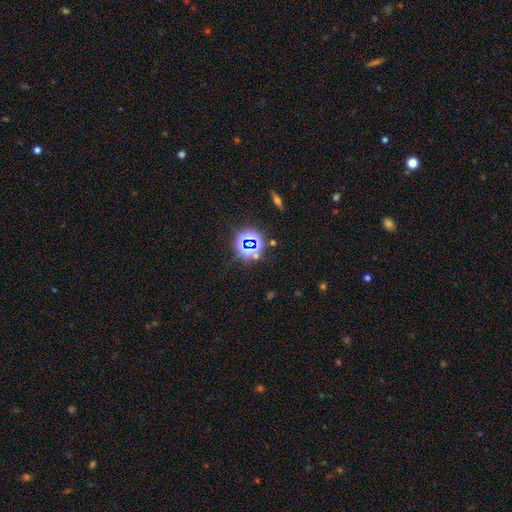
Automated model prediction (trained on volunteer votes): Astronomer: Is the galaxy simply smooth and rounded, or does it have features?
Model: star or artifact — 75%.